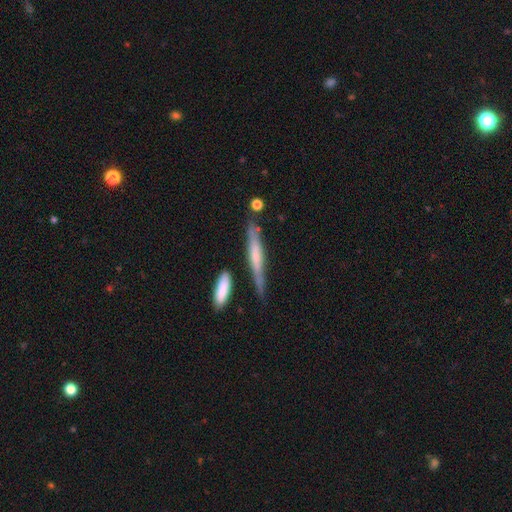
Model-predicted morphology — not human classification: Smooth or featured? Predicted: featured or disk (p=0.50). Edge-on disk? Predicted: yes (p=0.90). Merging? Predicted: none (p=0.70).